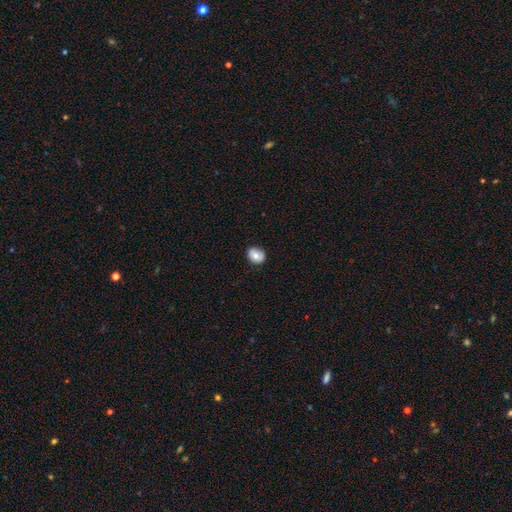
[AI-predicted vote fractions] The model was most divided on "how rounded": round: 61%, in between: 38%, cigar-shaped: 1%. More confident: merging — none (83%); smooth or featured — smooth (74%).